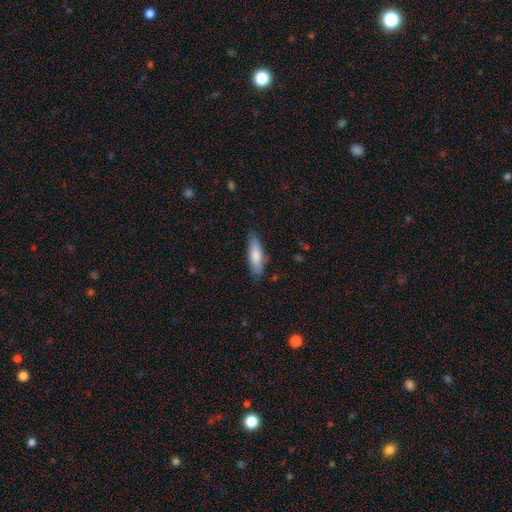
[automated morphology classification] The model was most divided on "how rounded": in between: 51%, cigar-shaped: 47%, round: 2%. More confident: merging — none (81%); smooth or featured — smooth (79%).